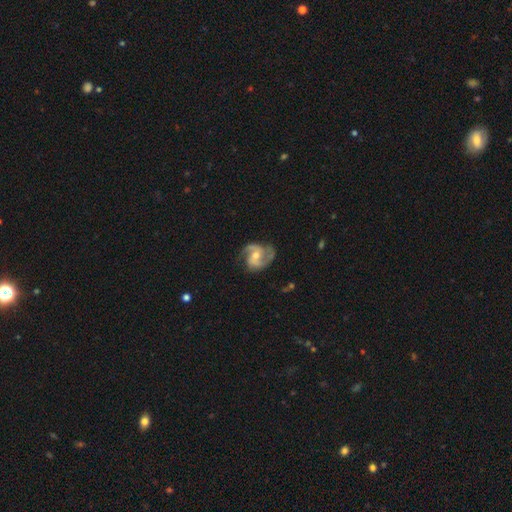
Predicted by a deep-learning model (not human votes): A featured or disk galaxy (88%) with no bar (43%), 2 (86%) medium (55%) spiral arms (97%) and a moderate central bulge (61%).

Vote fractions:
- Smooth or featured? featured or disk: 88% / smooth: 7% / star or artifact: 5%
- Edge-on disk? no: 98% / yes: 2%
- Bar? no: 43% / weak: 42% / strong: 15%
- Spiral arms? yes: 97% / no: 3%
- Spiral winding? medium: 55% / loose: 25% / tight: 20%
- Spiral arm count? 2: 86% / 3: 6% / can't tell: 4% / 1: 2% / 4: 1% / more than 4: 1%
- Bulge size? moderate: 61% / small: 34% / large: 3% / none: 2% / dominant: 1%
- Merging? none: 73% / minor disturbance: 18% / major disturbance: 7% / merger: 2%